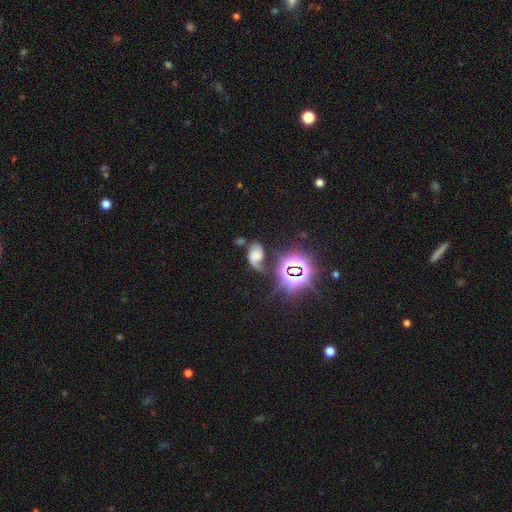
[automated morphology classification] A featured or disk galaxy (42%).

Vote fractions:
- Smooth or featured? featured or disk: 42% / smooth: 34% / star or artifact: 24%
- Merging? none: 37% / major disturbance: 26% / minor disturbance: 25% / merger: 13%